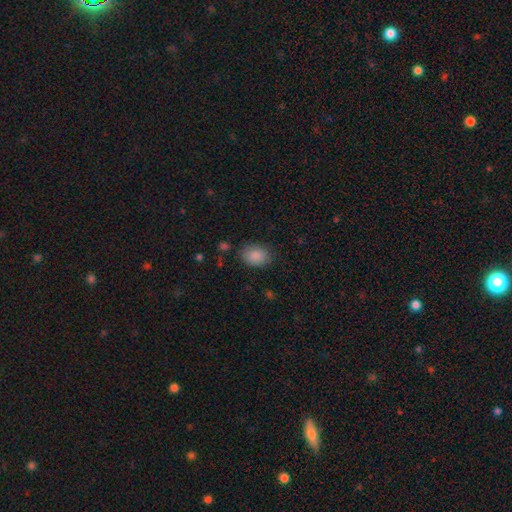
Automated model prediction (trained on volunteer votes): A smooth galaxy with no disk features (88%) that is in between round and cigar-shaped (71%).

Vote fractions:
- Smooth or featured? smooth: 88% / star or artifact: 8% / featured or disk: 5%
- How rounded? in between: 71% / round: 28% / cigar-shaped: 1%
- Merging? none: 81% / minor disturbance: 13% / major disturbance: 4% / merger: 2%